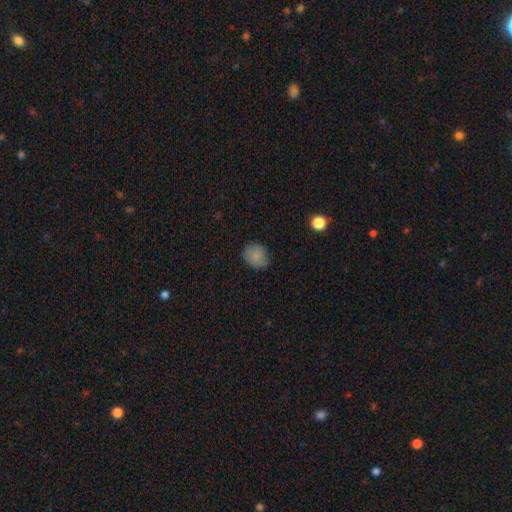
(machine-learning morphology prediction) This is clearly a smooth galaxy (83%). How rounded: likely round (66%). Merging: clearly none (80%).